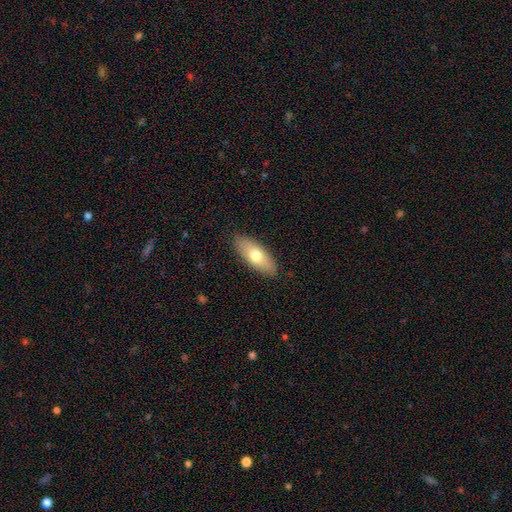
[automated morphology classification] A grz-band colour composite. It shows a smooth galaxy with no disk features (69%) that is in between round and cigar-shaped (78%). Merging: none (87%).